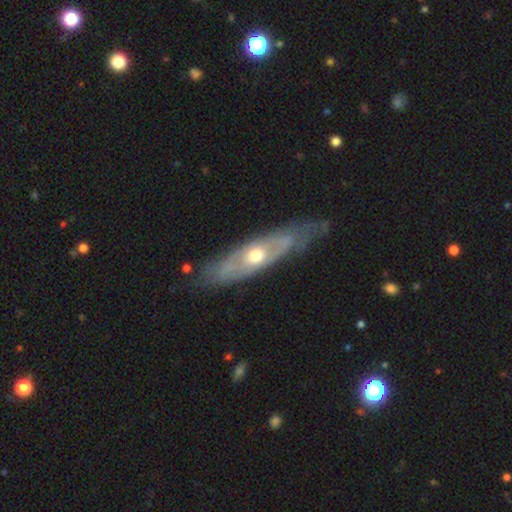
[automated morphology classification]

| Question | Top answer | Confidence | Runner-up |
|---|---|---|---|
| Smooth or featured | featured or disk | 67% | smooth (28%) |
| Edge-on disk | no | 64% | yes (36%) |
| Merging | none | 72% | minor disturbance (19%) |